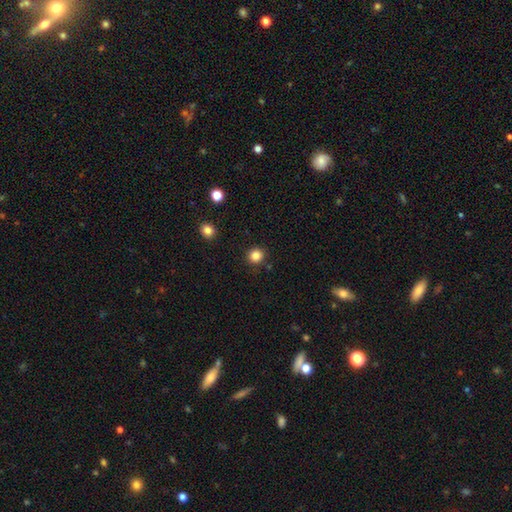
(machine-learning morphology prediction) Smooth or featured: smooth — 85% (star or artifact — 11%)
How rounded: round — 91% (in between — 8%)
Merging: none — 89% (minor disturbance — 6%)